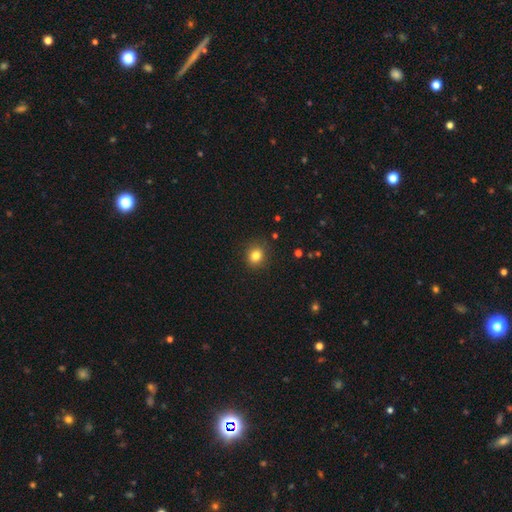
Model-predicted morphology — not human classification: Smooth or featured? smooth (82%)
How rounded? round (79%)
Merging? none (88%)